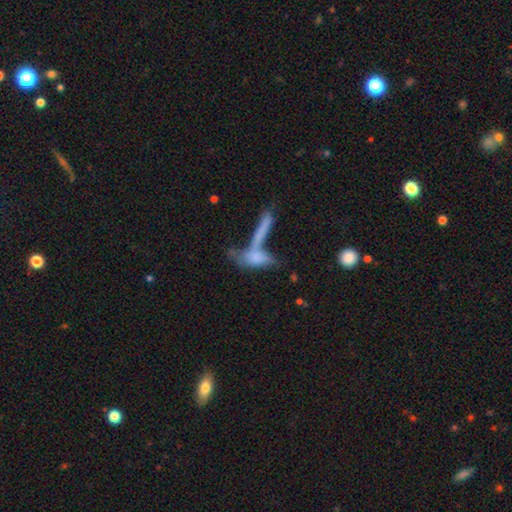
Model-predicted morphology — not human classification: A smooth galaxy with no disk features (64%) that is in between round and cigar-shaped (48%).

Vote fractions:
- Smooth or featured? smooth: 64% / featured or disk: 27% / star or artifact: 9%
- How rounded? in between: 48% / cigar-shaped: 47% / round: 5%
- Merging? merger: 53% / none: 24% / major disturbance: 13% / minor disturbance: 11%